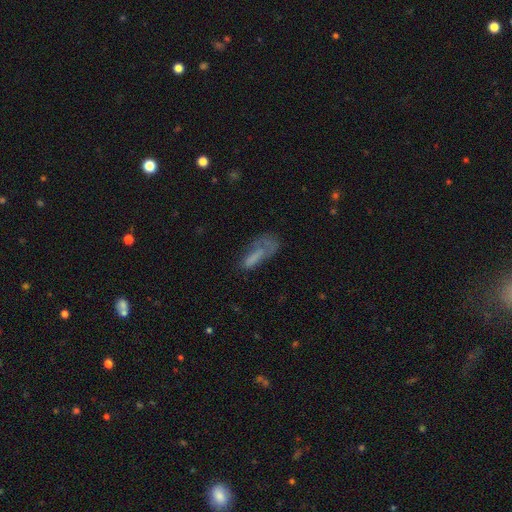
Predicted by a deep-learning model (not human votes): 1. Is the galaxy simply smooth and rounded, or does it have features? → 55% smooth, 31% featured or disk, 13% star or artifact.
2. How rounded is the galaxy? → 57% in between, 40% cigar-shaped, 3% round.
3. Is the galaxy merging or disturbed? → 40% major disturbance, 32% none, 23% minor disturbance, 5% merger.